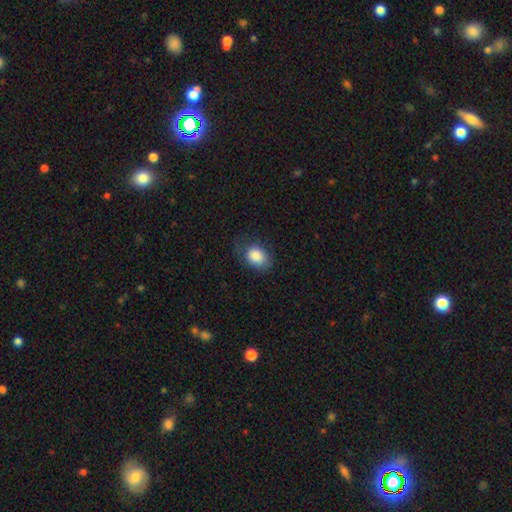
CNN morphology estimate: A smooth galaxy with no disk features (85%) that is in between round and cigar-shaped (69%). Merging: none (64%).